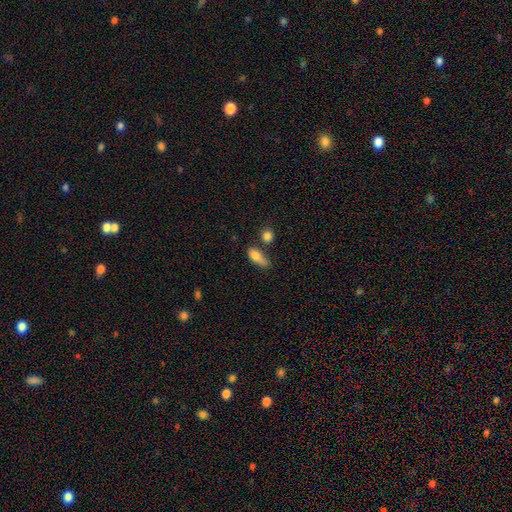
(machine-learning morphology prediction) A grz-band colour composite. It shows a smooth galaxy with no disk features (79%) that is in between round and cigar-shaped (72%). Merging: none (38%).